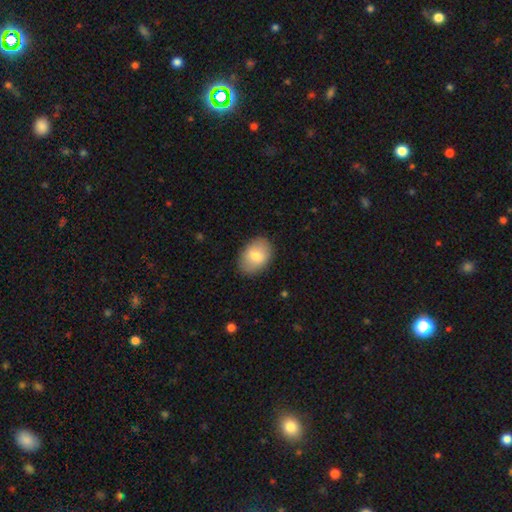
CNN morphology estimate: The model was most divided on "smooth or featured": smooth: 77%, featured or disk: 17%, star or artifact: 6%. More confident: merging — none (86%); how rounded — in between (81%).